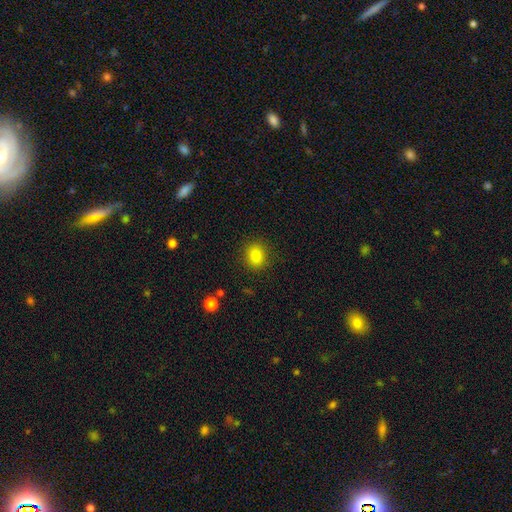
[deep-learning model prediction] Smooth or featured? Predicted: smooth (p=0.84). How rounded? Predicted: round (p=0.61). Merging? Predicted: none (p=0.87).